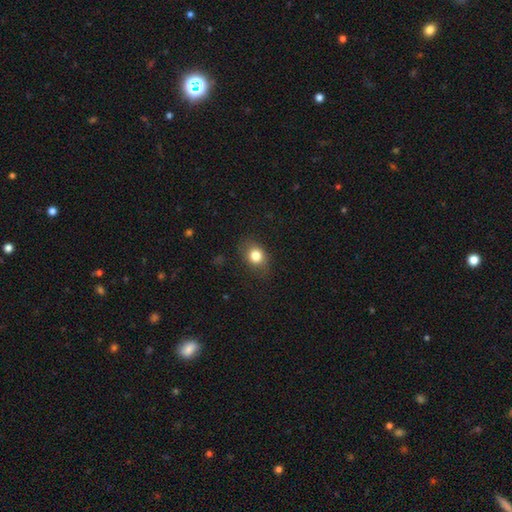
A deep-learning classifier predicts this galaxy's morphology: A smooth galaxy with no disk features (81%) that is in between round and cigar-shaped (53%). Merging: none (78%).